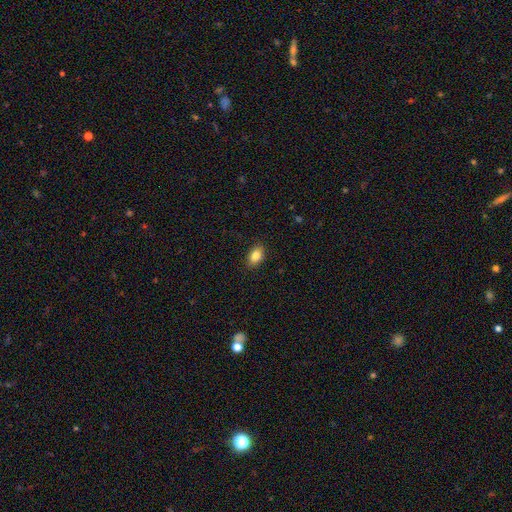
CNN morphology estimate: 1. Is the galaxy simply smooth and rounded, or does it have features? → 86% smooth, 8% star or artifact, 6% featured or disk.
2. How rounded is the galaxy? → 88% in between, 10% round, 2% cigar-shaped.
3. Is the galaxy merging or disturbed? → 88% none, 9% minor disturbance, 2% major disturbance, 1% merger.